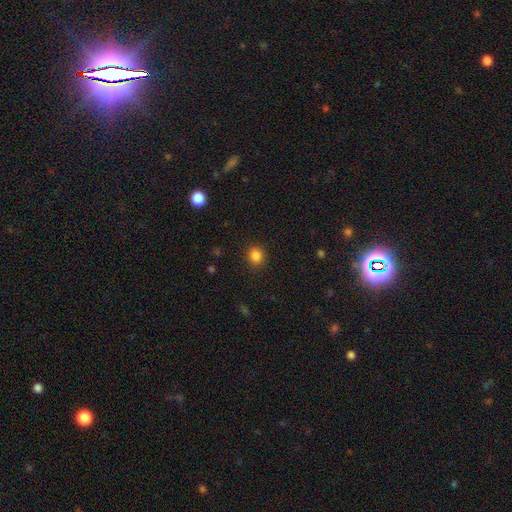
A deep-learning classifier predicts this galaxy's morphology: This appears to be a smooth galaxy with no disk features (85%) that is round (82%). Merging: none (90%).